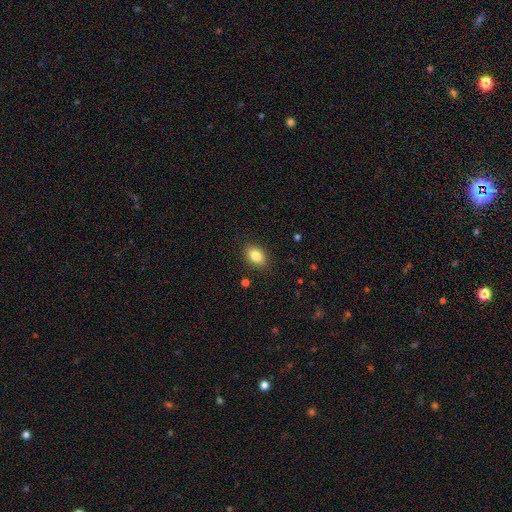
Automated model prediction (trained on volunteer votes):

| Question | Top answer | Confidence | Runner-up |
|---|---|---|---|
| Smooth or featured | smooth | 84% | star or artifact (8%) |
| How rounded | in between | 84% | round (14%) |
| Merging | none | 87% | minor disturbance (9%) |